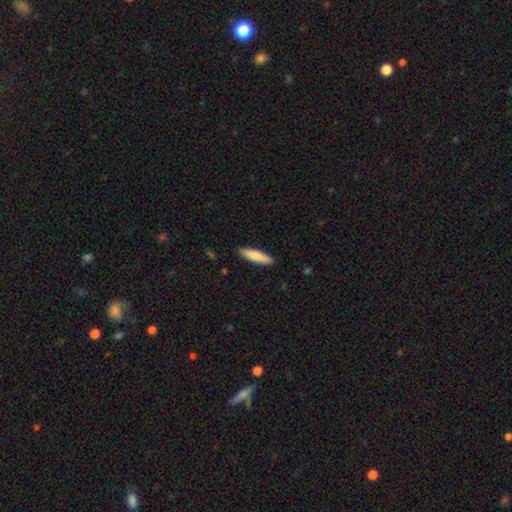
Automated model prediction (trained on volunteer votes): Overall: smooth (83%). How rounded: cigar-shaped (75%). Merging: none (89%).